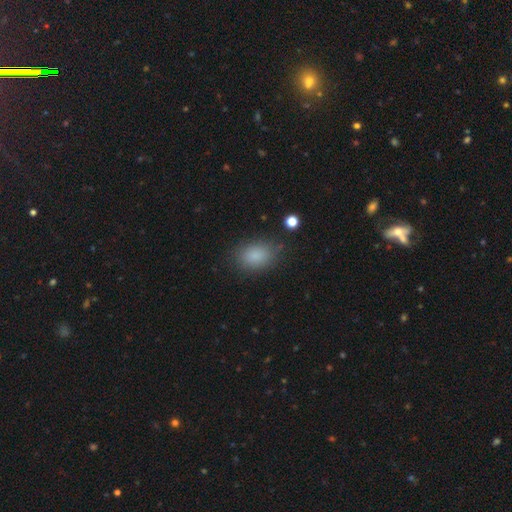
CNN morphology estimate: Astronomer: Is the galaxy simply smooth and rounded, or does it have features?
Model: smooth — 85%.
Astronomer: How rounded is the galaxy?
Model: in between — 71%.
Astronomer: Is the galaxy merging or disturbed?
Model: none — 80%.